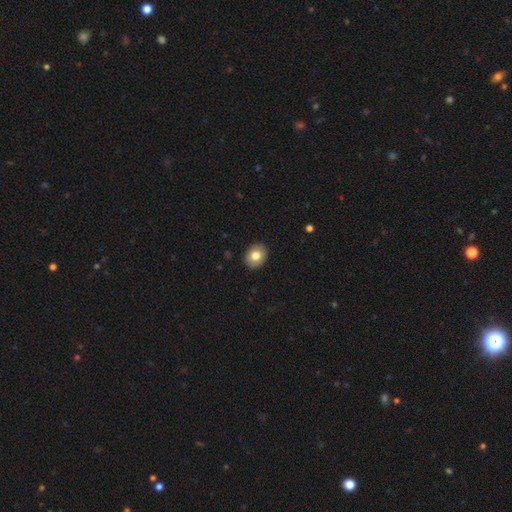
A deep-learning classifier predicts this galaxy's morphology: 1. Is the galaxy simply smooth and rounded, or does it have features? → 80% smooth, 12% featured or disk, 8% star or artifact.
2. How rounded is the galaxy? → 50% round, 49% in between, 1% cigar-shaped.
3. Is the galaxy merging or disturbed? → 90% none, 7% minor disturbance, 2% major disturbance, 1% merger.